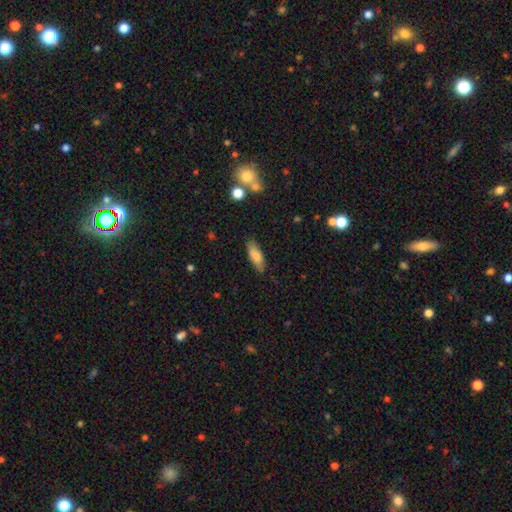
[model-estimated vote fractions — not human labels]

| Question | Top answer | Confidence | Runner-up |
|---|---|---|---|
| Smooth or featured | smooth | 82% | featured or disk (11%) |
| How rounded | in between | 65% | cigar-shaped (34%) |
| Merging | none | 83% | minor disturbance (13%) |